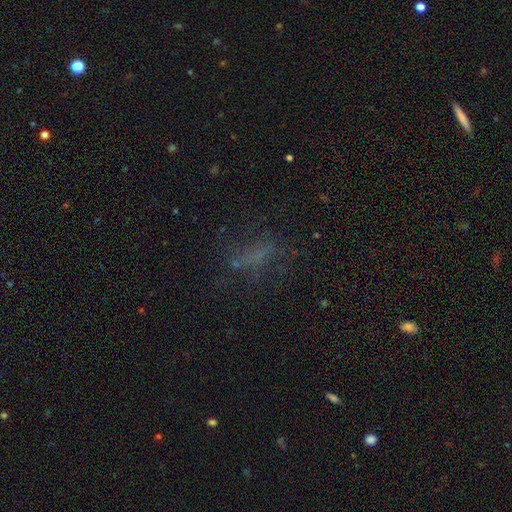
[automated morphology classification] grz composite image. It shows a smooth galaxy with no disk features (44%). Merging: none (58%).